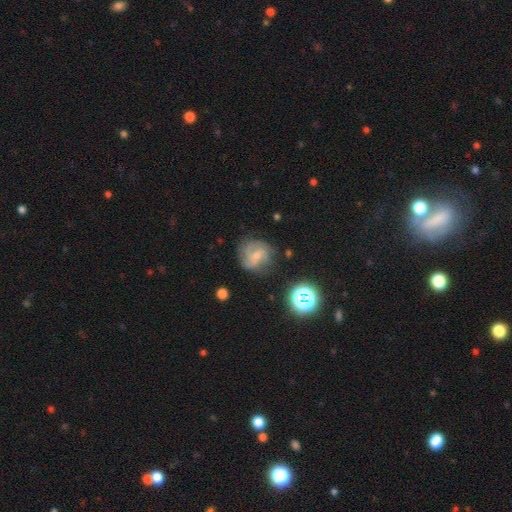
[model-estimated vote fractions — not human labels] smooth_or_featured: featured or disk (p=0.72) [alt: smooth p=0.18]
disk_edge_on: no (p=0.98) [alt: yes p=0.02]
bar: no (p=0.56) [alt: weak p=0.38]
has_spiral_arms: yes (p=0.93) [alt: no p=0.07]
spiral_winding: medium (p=0.47) [alt: tight p=0.31]
spiral_arm_count: 3 (p=0.40) [alt: 2 p=0.21]
bulge_size: small (p=0.61) [alt: moderate p=0.30]
merging: none (p=0.67) [alt: minor disturbance p=0.21]